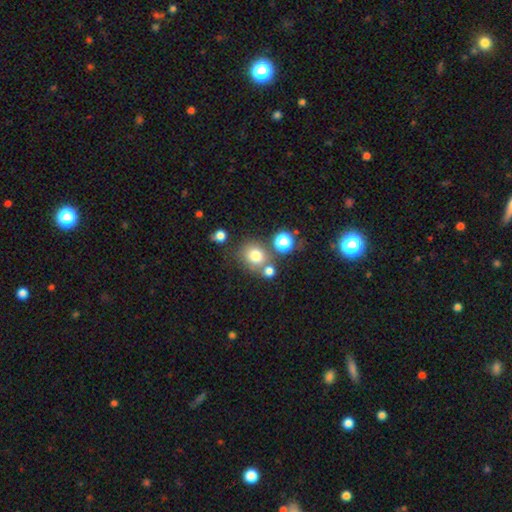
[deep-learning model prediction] Morphology: type=smooth (75%); roundness=round (77%); merging=none (63%).